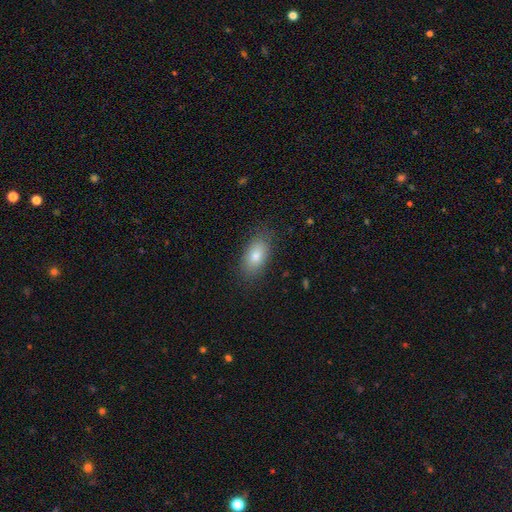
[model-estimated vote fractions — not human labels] smooth 80%, featured or disk 12%, star or artifact 8%. Down the decision tree: how rounded — in between (89%); merging — none (85%).